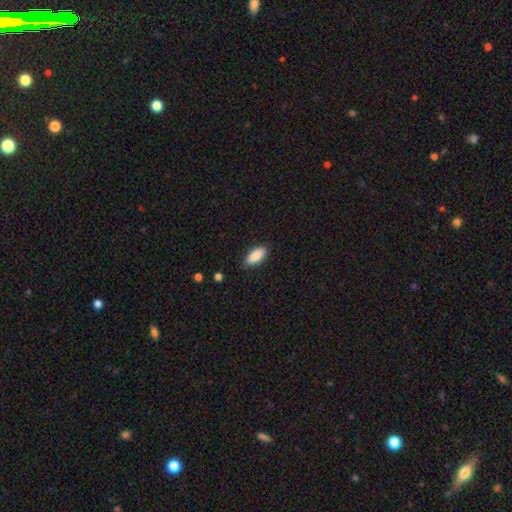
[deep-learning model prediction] This is clearly a smooth galaxy (90%). How rounded: clearly in between (87%). Merging: clearly none (87%).